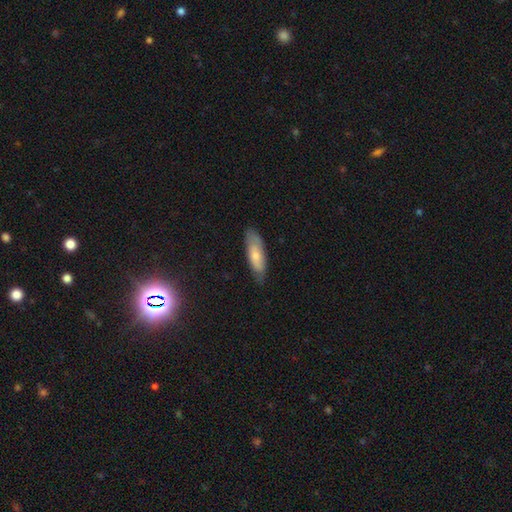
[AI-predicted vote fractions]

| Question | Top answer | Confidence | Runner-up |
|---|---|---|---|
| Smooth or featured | smooth | 66% | featured or disk (28%) |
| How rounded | in between | 58% | cigar-shaped (40%) |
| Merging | none | 73% | minor disturbance (22%) |